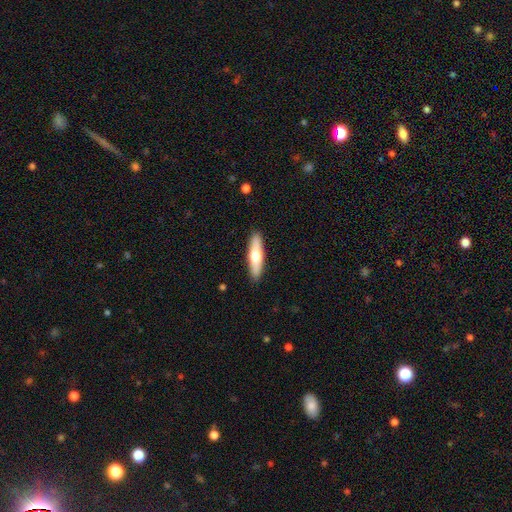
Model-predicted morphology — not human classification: Smooth or featured? Predicted: smooth (p=0.55). How rounded? Predicted: cigar-shaped (p=0.68). Merging? Predicted: none (p=0.90).